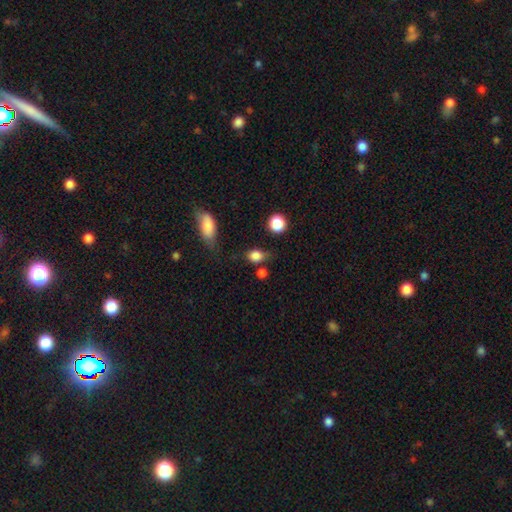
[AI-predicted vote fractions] Smooth or featured?
  - smooth: 83% *
  - star or artifact: 11%
  - featured or disk: 7%
How rounded?
  - in between: 52% *
  - round: 45%
  - cigar-shaped: 3%
Merging?
  - none: 59% *
  - minor disturbance: 24%
  - major disturbance: 8%
  - merger: 8%